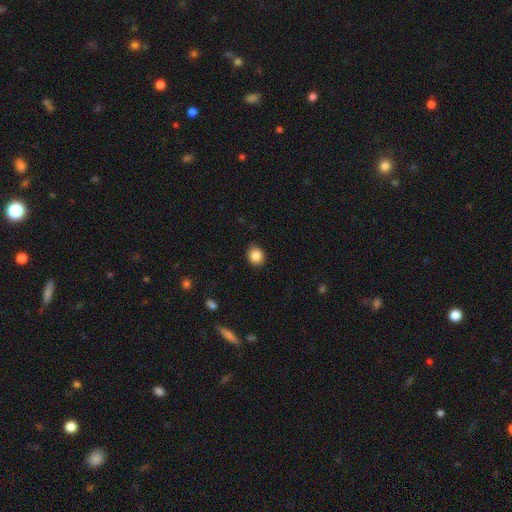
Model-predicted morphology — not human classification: smooth 87%, star or artifact 9%, featured or disk 4%. Down the decision tree: how rounded — round (72%); merging — none (89%).